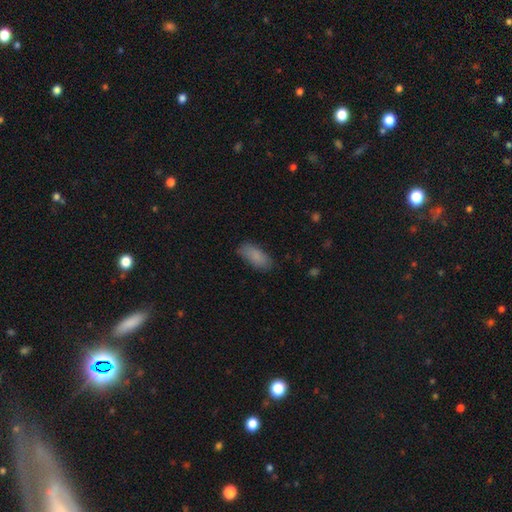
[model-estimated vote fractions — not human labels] smooth_or_featured: smooth (p=0.86) [alt: star or artifact p=0.07]
how_rounded: in between (p=0.85) [alt: cigar-shaped p=0.13]
merging: none (p=0.78) [alt: minor disturbance p=0.17]